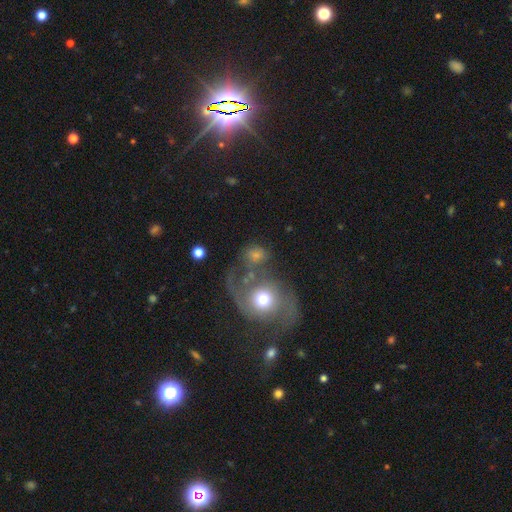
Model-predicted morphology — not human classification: Q: Smooth or featured?
A: featured or disk (50%); runner-up: smooth (35%)
Q: Edge-on disk?
A: no (96%); runner-up: yes (4%)
Q: Merging?
A: none (39%); runner-up: merger (32%)